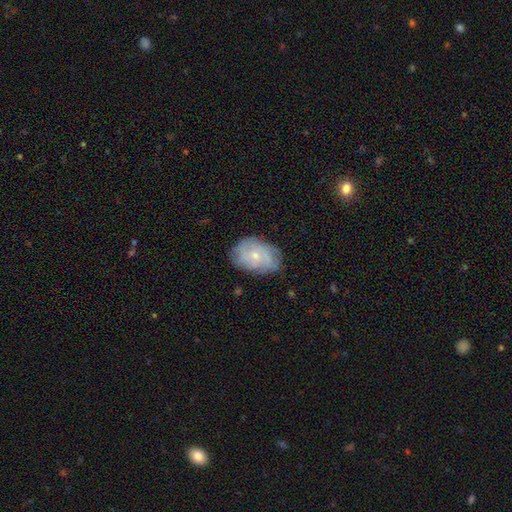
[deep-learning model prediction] Overall: featured or disk (64%; smooth 28%). Edge-on disk: no (97%). Bar: no (79%). Spiral arms: yes (84%). Spiral arm count: can't tell (46%; 3 16%). Spiral winding: tight (55%; medium 33%). Bulge size: small (69%). Merging: none (71%).